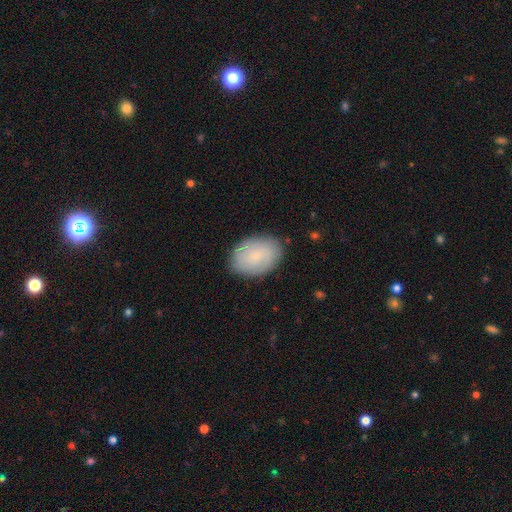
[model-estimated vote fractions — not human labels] smooth 58%, featured or disk 34%, star or artifact 7%. Down the decision tree: how rounded — in between (81%); merging — none (83%).